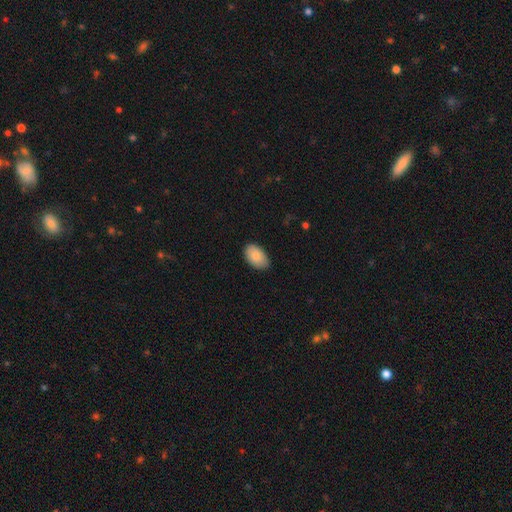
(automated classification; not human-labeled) A smooth galaxy with no disk features (86%) that is in between round and cigar-shaped (92%).

Vote fractions:
- Smooth or featured? smooth: 86% / featured or disk: 8% / star or artifact: 6%
- How rounded? in between: 92% / round: 6% / cigar-shaped: 1%
- Merging? none: 82% / minor disturbance: 15% / major disturbance: 2% / merger: 1%